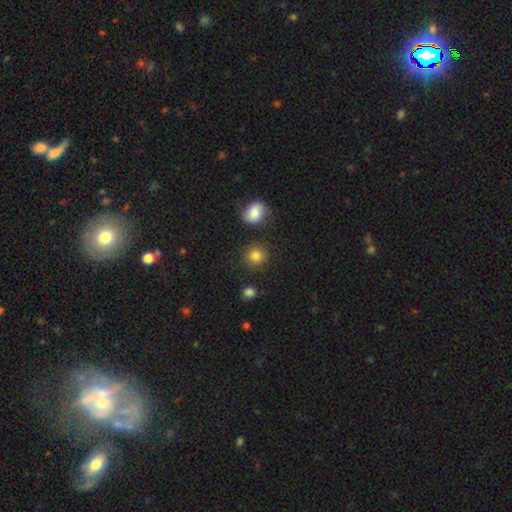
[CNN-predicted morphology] Smooth or featured: smooth — 84% (star or artifact — 10%)
How rounded: round — 89% (in between — 10%)
Merging: none — 84% (minor disturbance — 9%)